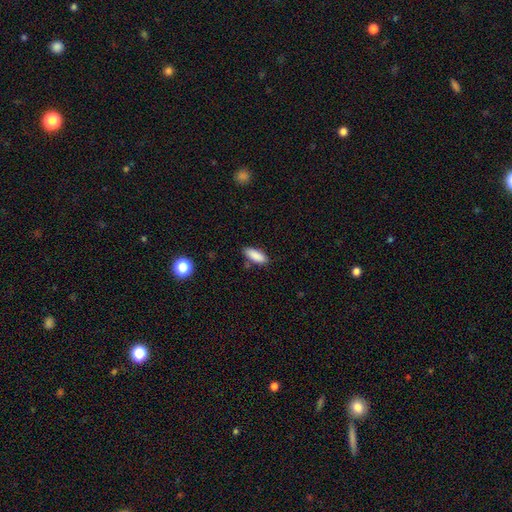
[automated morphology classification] smooth 88%, star or artifact 7%, featured or disk 5%. Down the decision tree: how rounded — in between (76%); merging — none (79%).